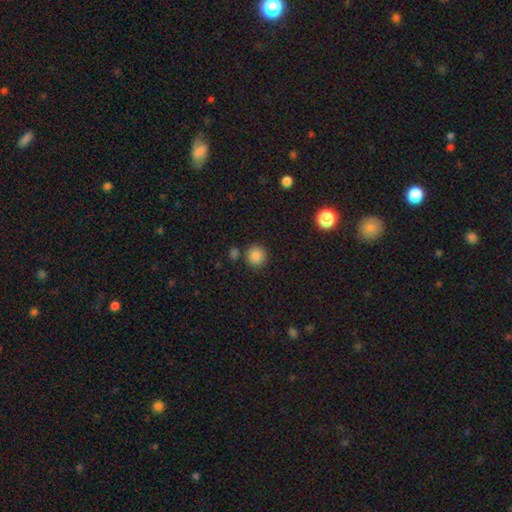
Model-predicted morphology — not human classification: type=smooth (86%); roundness=round (93%); merging=none (82%).